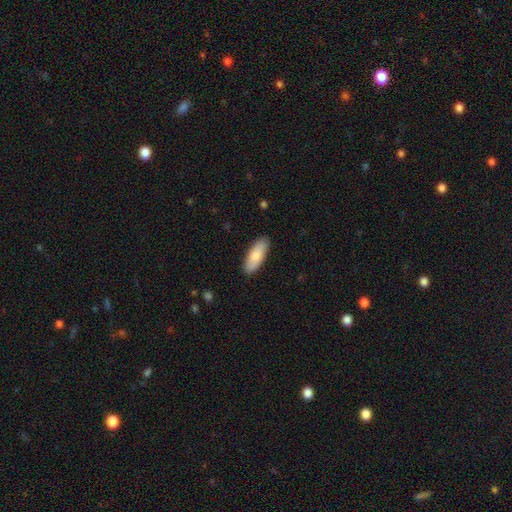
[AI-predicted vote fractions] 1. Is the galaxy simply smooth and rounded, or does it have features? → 83% smooth, 12% featured or disk, 5% star or artifact.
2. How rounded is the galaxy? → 71% in between, 27% cigar-shaped, 2% round.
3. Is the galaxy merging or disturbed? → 88% none, 9% minor disturbance, 2% major disturbance, 1% merger.